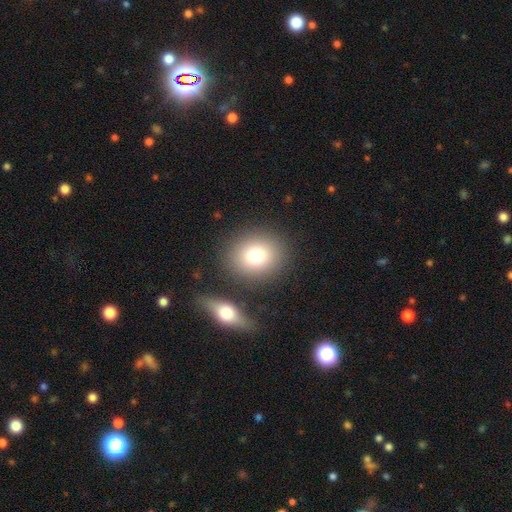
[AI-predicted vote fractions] Overall: smooth (78%). How rounded: round (73%). Merging: none (80%).